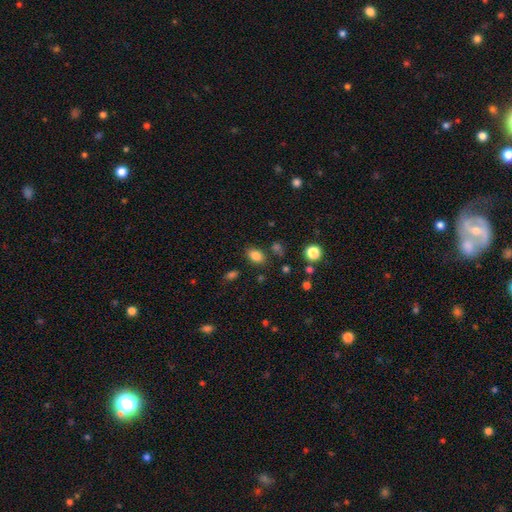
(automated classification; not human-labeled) This is clearly a smooth galaxy (83%). How rounded: likely in between (77%). Merging: likely none (80%).